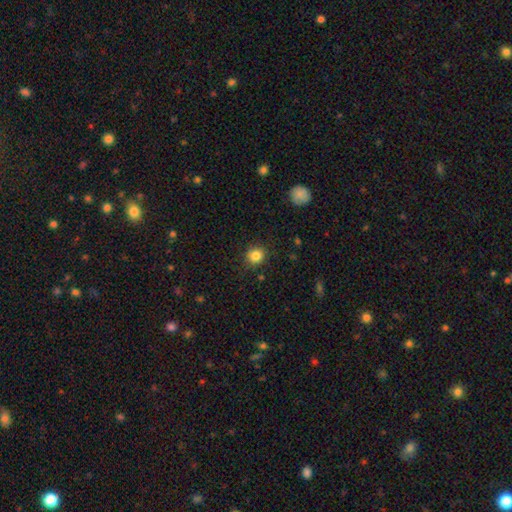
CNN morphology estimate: Smooth or featured: smooth — 84% (star or artifact — 11%)
How rounded: round — 87% (in between — 12%)
Merging: none — 87% (minor disturbance — 9%)